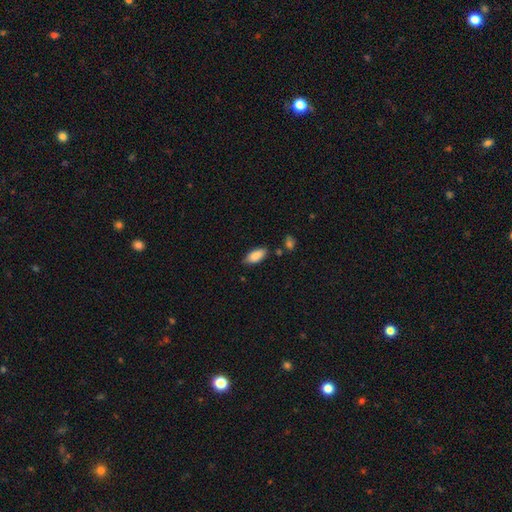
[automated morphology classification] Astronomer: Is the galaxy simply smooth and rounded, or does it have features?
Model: smooth — 87%.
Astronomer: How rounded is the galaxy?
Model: in between — 89%.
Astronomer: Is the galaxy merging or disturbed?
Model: none — 77%.